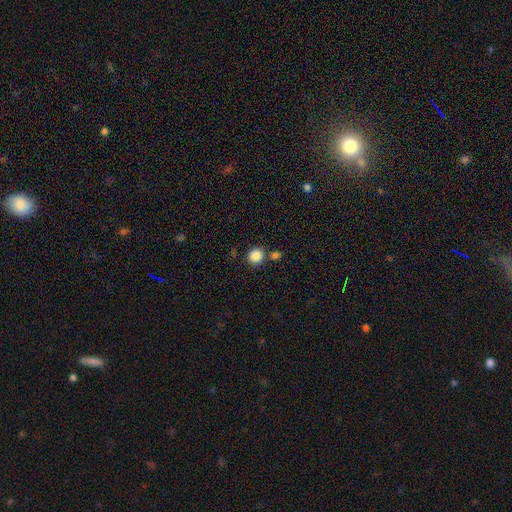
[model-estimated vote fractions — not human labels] This appears to be a smooth galaxy with no disk features (86%) that is round (90%). Merging: none (76%).